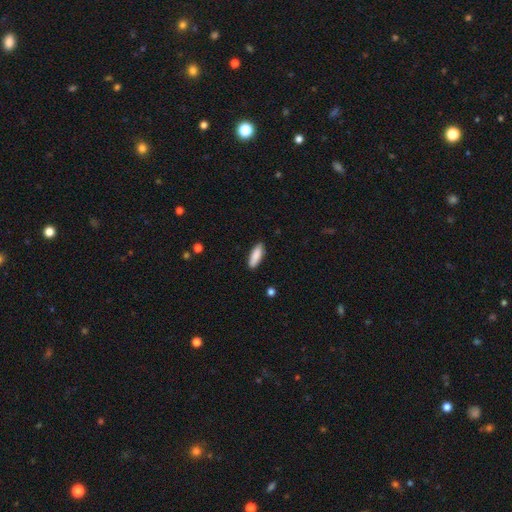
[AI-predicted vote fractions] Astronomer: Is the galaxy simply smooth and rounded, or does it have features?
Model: smooth — 88%.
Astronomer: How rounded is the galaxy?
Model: in between — 59% (runner-up: cigar-shaped, 40%).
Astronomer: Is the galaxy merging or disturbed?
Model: none — 87%.